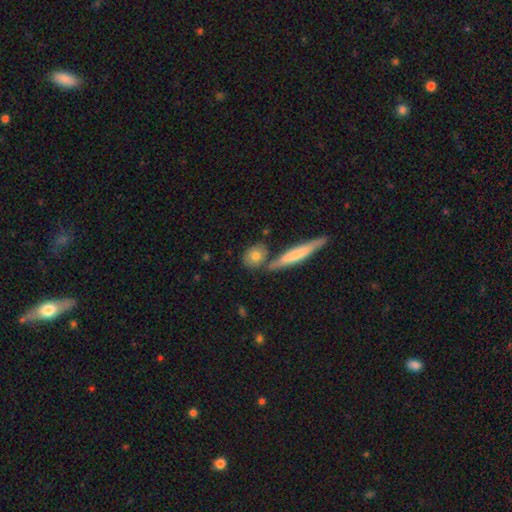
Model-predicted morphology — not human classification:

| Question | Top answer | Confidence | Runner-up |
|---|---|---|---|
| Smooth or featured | smooth | 74% | featured or disk (20%) |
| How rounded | round | 44% | in between (35%) |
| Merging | none | 68% | merger (17%) |